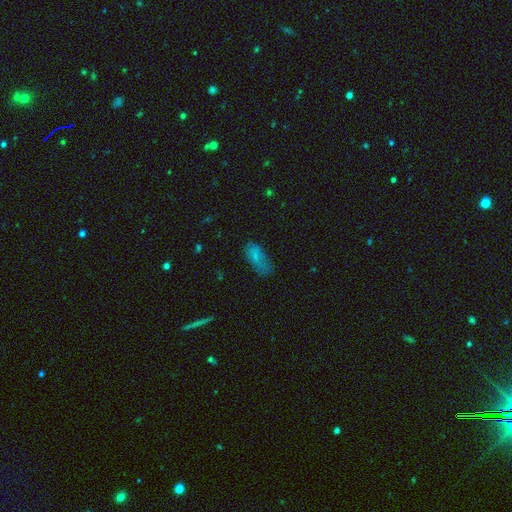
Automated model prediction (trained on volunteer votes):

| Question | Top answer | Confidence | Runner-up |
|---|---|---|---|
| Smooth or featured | smooth | 74% | featured or disk (16%) |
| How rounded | in between | 83% | cigar-shaped (14%) |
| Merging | none | 50% | minor disturbance (30%) |